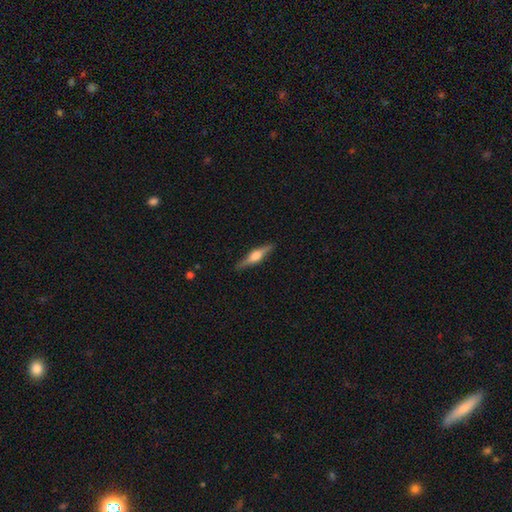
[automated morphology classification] This appears to be a featured or disk galaxy (73%) viewed edge-on (98%) with a rounded central bulge (93%). Merging: none (89%).